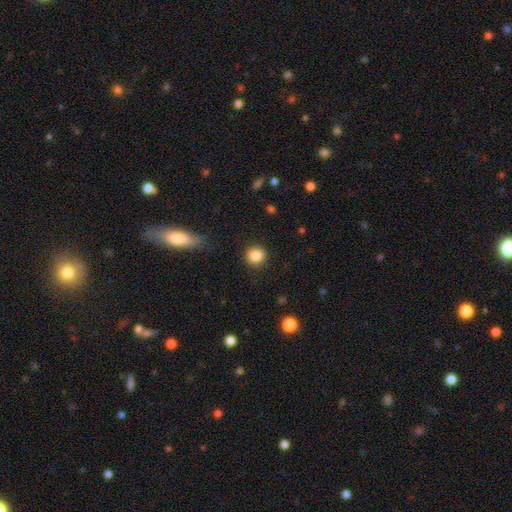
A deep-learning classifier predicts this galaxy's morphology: A smooth galaxy with no disk features (86%) that is round (89%). Merging: none (89%).